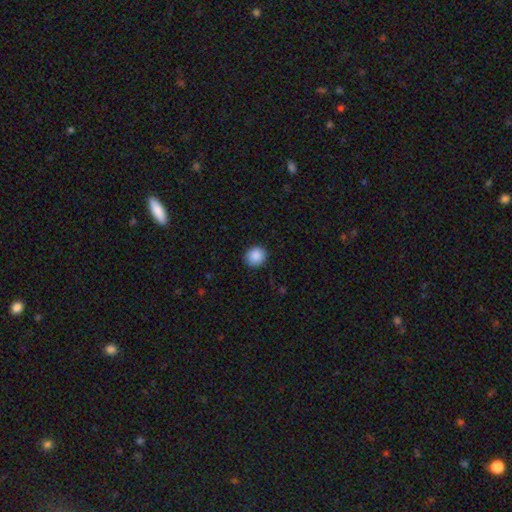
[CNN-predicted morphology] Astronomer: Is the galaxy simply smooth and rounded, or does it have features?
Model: smooth — 89%.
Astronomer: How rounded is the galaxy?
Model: round — 84%.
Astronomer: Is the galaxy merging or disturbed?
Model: none — 89%.